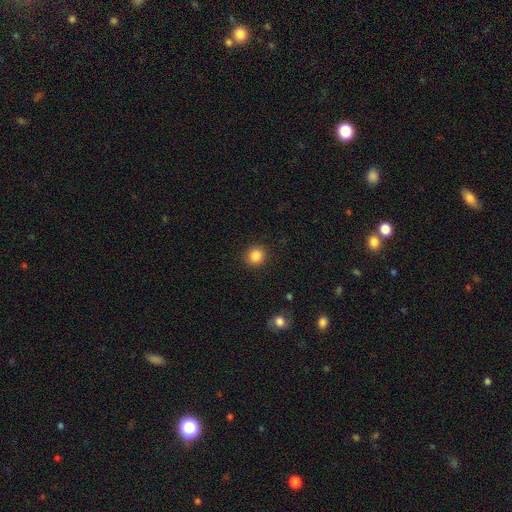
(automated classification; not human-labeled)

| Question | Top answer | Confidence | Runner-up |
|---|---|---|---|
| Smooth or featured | smooth | 86% | star or artifact (10%) |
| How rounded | round | 90% | in between (9%) |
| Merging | none | 91% | minor disturbance (6%) |